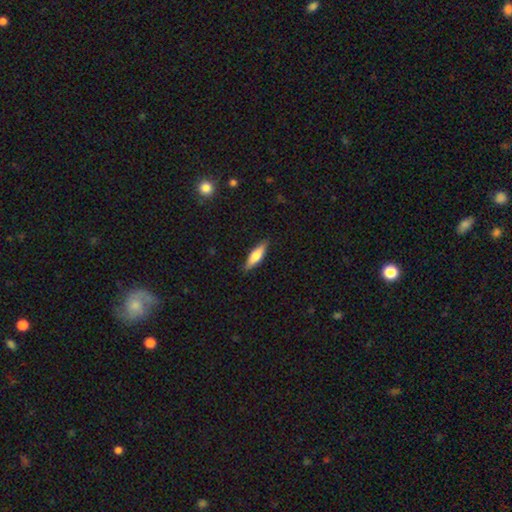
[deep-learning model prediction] The model was most divided on "how rounded": cigar-shaped: 59%, in between: 39%, round: 2%. More confident: merging — none (88%); smooth or featured — smooth (62%).